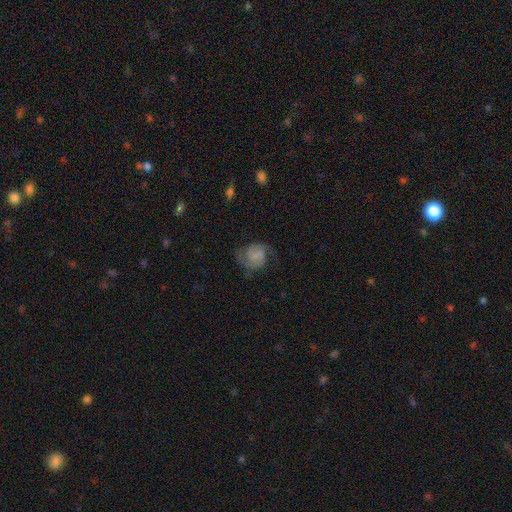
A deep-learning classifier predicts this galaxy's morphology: The model was most divided on "bulge size": none: 49%, small: 34%, moderate: 11%, large: 4%, dominant: 2%. Remaining: edge-on disk — no (98%); spiral arms — yes (93%); spiral arm count — 2 (84%); smooth or featured — featured or disk (67%); bar — no (66%); merging — none (64%); spiral winding — medium (47%).